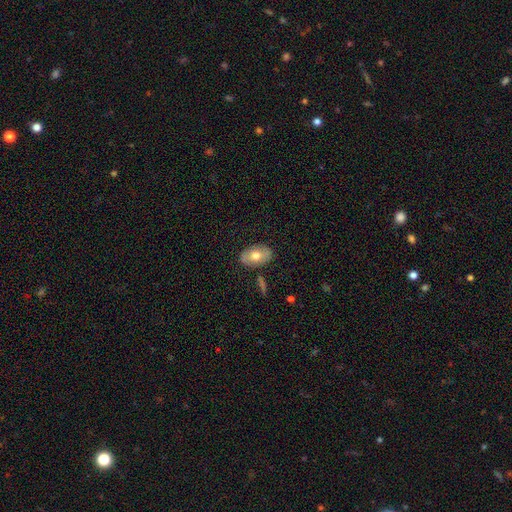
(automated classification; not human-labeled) Morphology: type=smooth (62%); roundness=in between (87%); merging=none (82%).